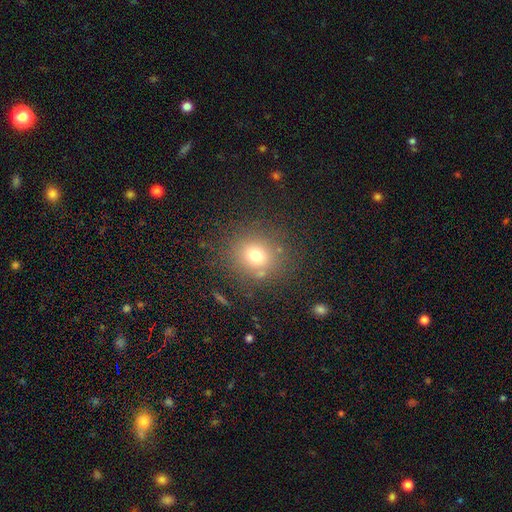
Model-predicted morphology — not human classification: smooth 71%, star or artifact 18%, featured or disk 11%. Down the decision tree: how rounded — round (79%); merging — none (81%).